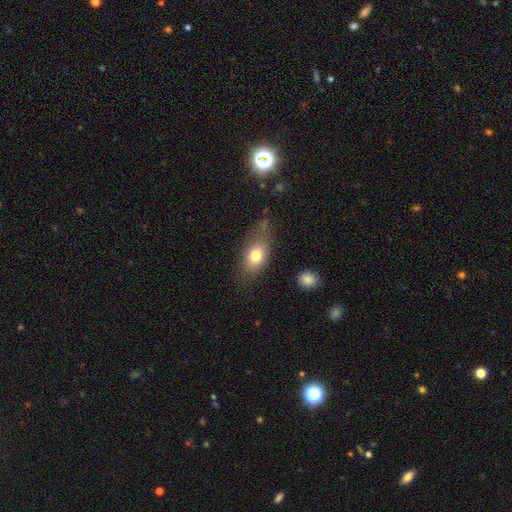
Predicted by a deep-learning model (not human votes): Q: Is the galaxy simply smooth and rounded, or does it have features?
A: smooth — 76%.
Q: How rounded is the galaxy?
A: in between — 82%.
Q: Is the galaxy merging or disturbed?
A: none — 53%.